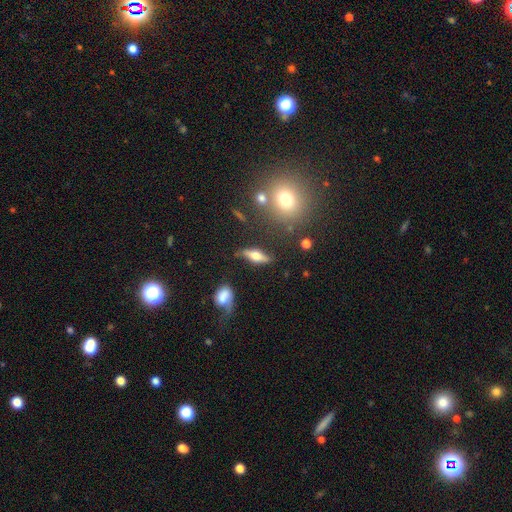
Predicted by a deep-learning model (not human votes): smooth-or-featured: featured or disk: 54% | smooth: 37% | star or artifact: 8%
  disk-edge-on: yes: 86% | no: 14%
  merging: none: 77% | minor disturbance: 14% | major disturbance: 5% | merger: 4%